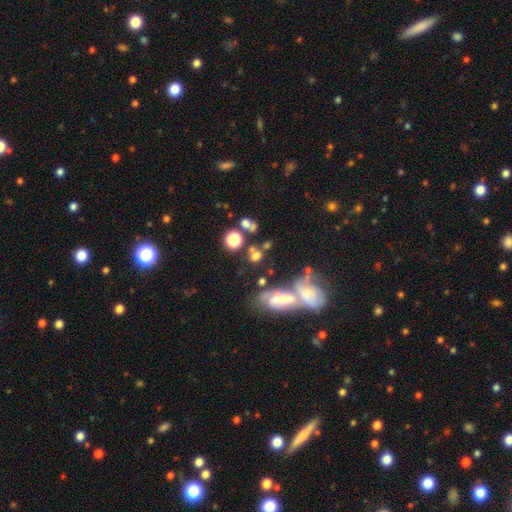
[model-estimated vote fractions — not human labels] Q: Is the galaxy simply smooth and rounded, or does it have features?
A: smooth — 58%.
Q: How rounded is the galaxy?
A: round — 61%.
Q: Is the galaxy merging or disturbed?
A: none — 44%.